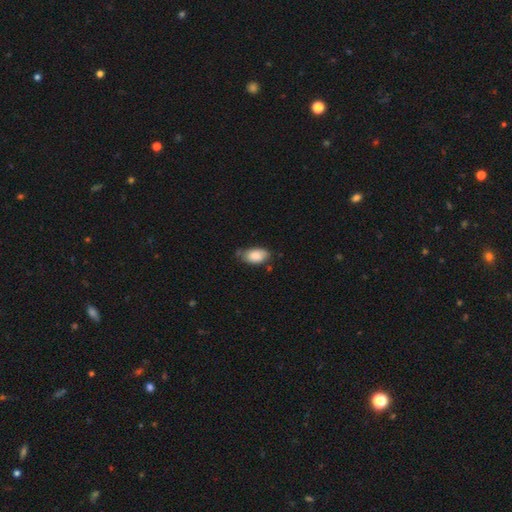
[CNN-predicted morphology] This is clearly a smooth galaxy (85%). How rounded: clearly in between (93%). Merging: likely none (61%).